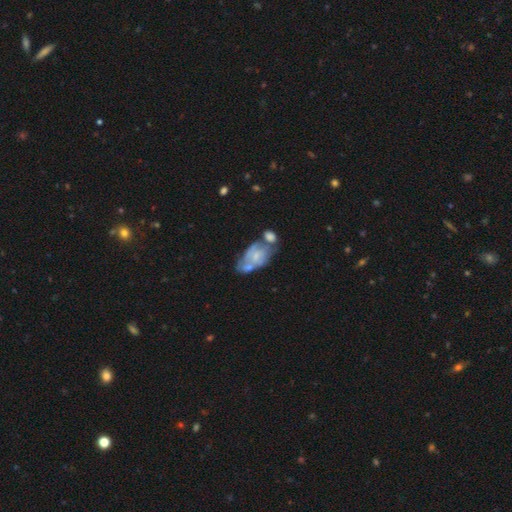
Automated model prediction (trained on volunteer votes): Overall: featured or disk (54%; smooth 38%). Edge-on disk: no (95%). Bar: no (81%). Spiral arms: no (62%; yes 38%). Bulge size: small (51%; moderate 26%). Merging: merger (44%; none 24%).